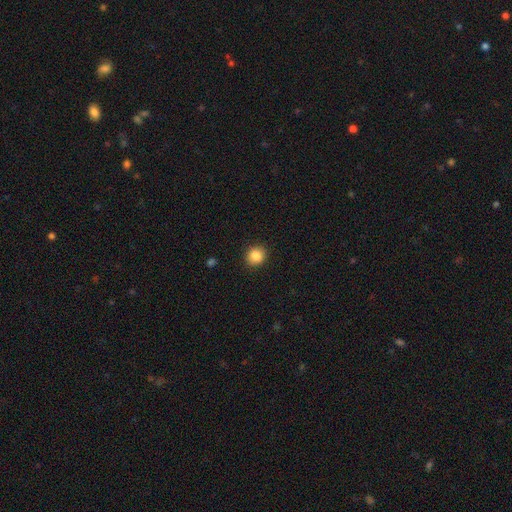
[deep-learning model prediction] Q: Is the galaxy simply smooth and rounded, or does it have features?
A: smooth — 86%.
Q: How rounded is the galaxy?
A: round — 79%.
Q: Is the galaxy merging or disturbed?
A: none — 90%.